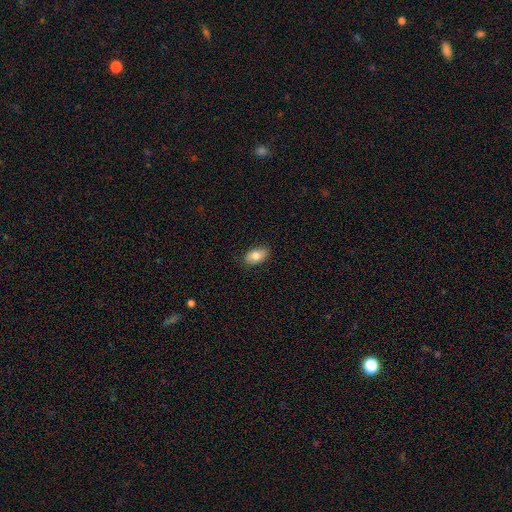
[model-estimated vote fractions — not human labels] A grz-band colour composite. It shows a smooth galaxy with no disk features (82%) that is in between round and cigar-shaped (91%). Merging: none (86%).